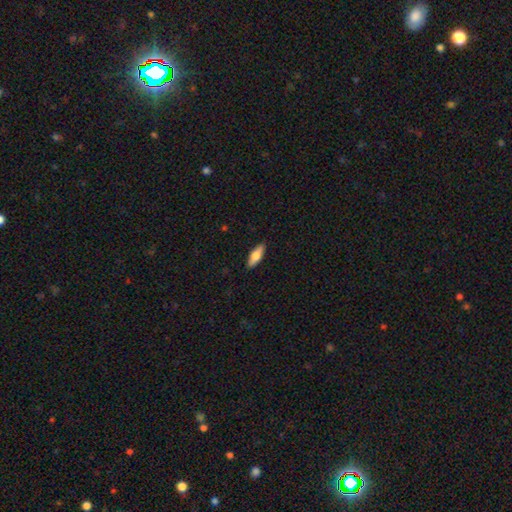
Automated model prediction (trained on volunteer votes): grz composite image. It shows a smooth galaxy with no disk features (71%) that is in between round and cigar-shaped (63%). Merging: none (89%).